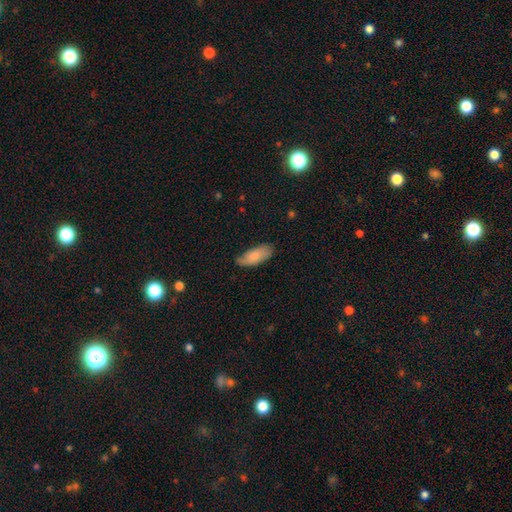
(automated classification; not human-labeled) Smooth or featured? smooth (80%)
How rounded? in between (83%)
Merging? none (69%)